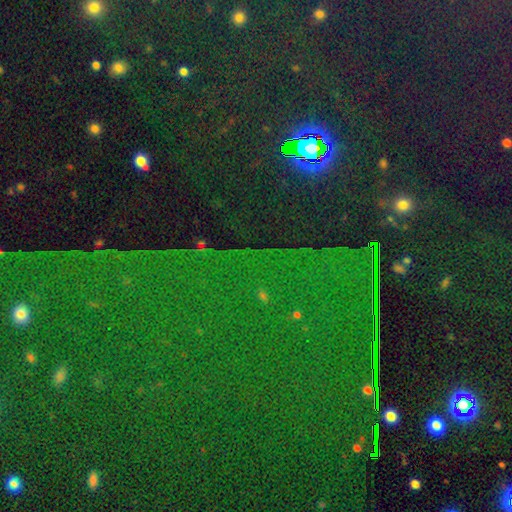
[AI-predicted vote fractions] Overall: star or artifact (86%).